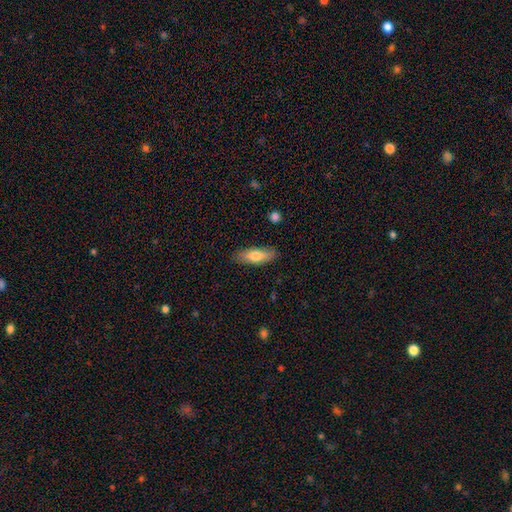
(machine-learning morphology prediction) type=smooth (70%); roundness=in between (55%); merging=none (85%).